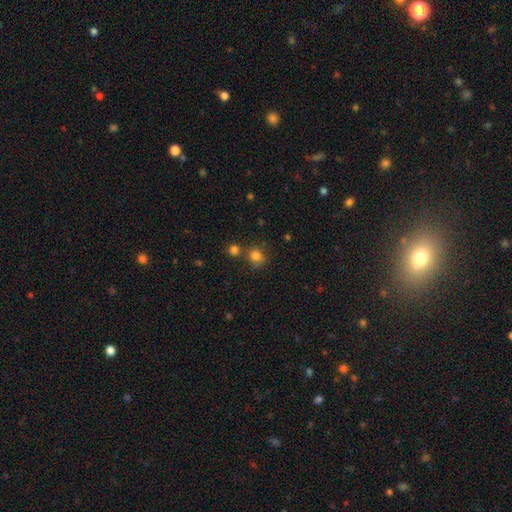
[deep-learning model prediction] smooth_or_featured: smooth (p=0.79) [alt: star or artifact p=0.14]
how_rounded: round (p=0.77) [alt: in between p=0.21]
merging: none (p=0.63) [alt: merger p=0.20]